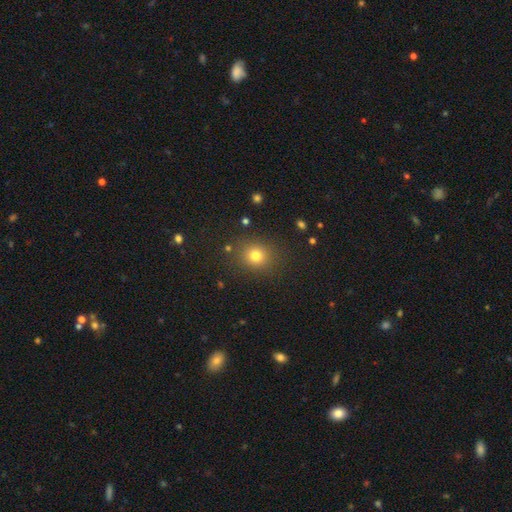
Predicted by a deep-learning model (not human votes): This is likely a smooth galaxy (77%). How rounded: clearly round (81%). Merging: clearly none (86%).